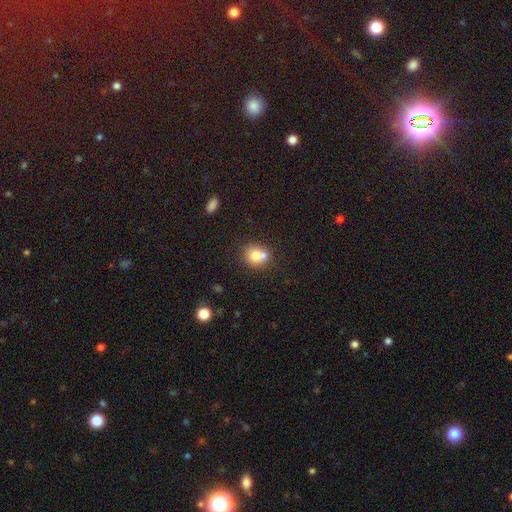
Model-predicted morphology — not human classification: Smooth or featured?
  - smooth: 73% *
  - featured or disk: 17%
  - star or artifact: 11%
How rounded?
  - round: 78% *
  - in between: 21%
  - cigar-shaped: 1%
Merging?
  - merger: 45% *
  - none: 44%
  - minor disturbance: 9%
  - major disturbance: 3%